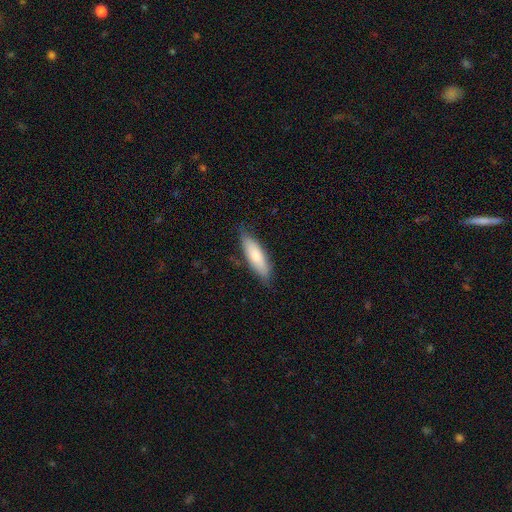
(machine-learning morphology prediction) This is likely a smooth galaxy (74%). How rounded: possibly cigar-shaped (50%). Merging: likely none (79%).